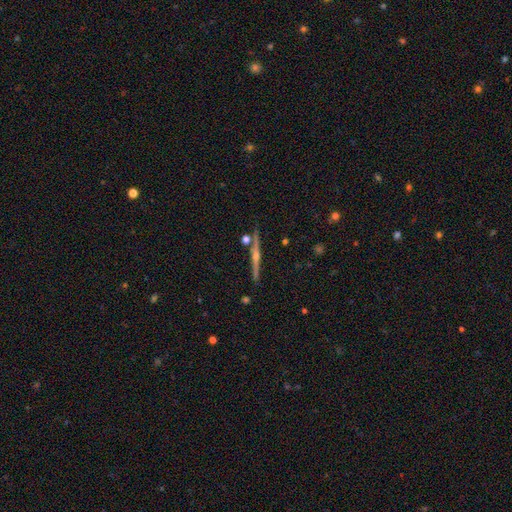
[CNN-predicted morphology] Q: Smooth or featured?
A: featured or disk (82%); runner-up: smooth (11%)
Q: Edge-on disk?
A: yes (98%); runner-up: no (2%)
Q: Edge-on bulge?
A: rounded (89%); runner-up: none (7%)
Q: Merging?
A: none (88%); runner-up: minor disturbance (7%)